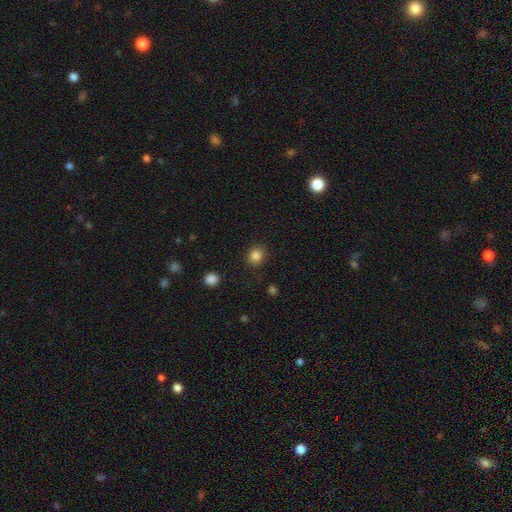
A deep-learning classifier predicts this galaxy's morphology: The model was most divided on "how rounded": round: 70%, in between: 30%, cigar-shaped: 1%. More confident: merging — none (86%); smooth or featured — smooth (85%).